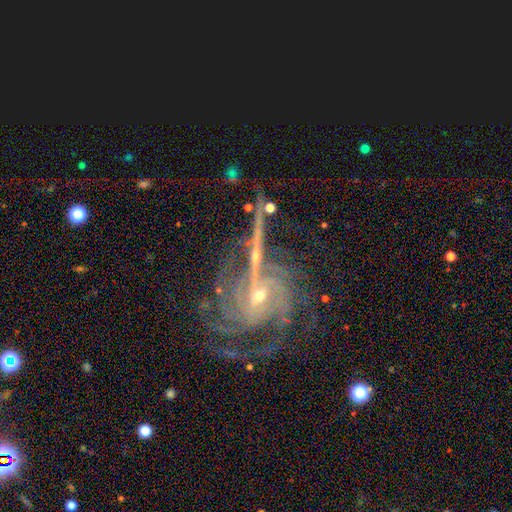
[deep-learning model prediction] Morphology: type=featured or disk (84%); edge-on=no (95%); bar=no (49%); spiral arms=yes (97%); winding=tight (55%); arm count=can't tell (22%); bulge=small (69%); merging=none (55%).